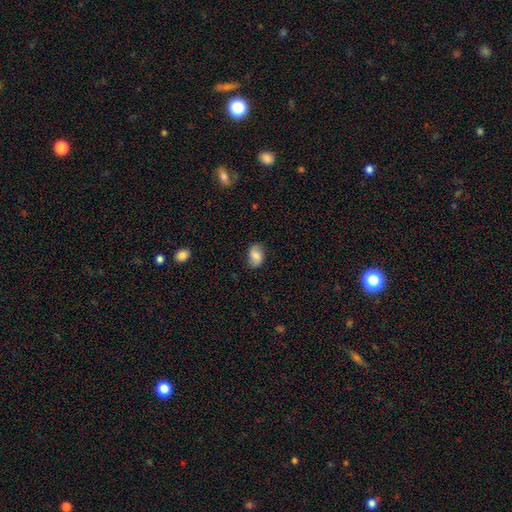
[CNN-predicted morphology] Q: Smooth or featured?
A: smooth (76%); runner-up: featured or disk (16%)
Q: How rounded?
A: in between (80%); runner-up: round (18%)
Q: Merging?
A: none (79%); runner-up: minor disturbance (17%)